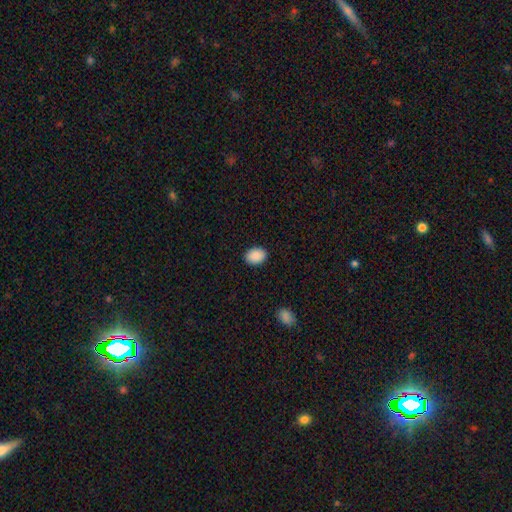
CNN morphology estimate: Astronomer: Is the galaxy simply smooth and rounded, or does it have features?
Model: smooth — 90%.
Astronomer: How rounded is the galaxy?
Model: in between — 71%.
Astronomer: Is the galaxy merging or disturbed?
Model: none — 90%.